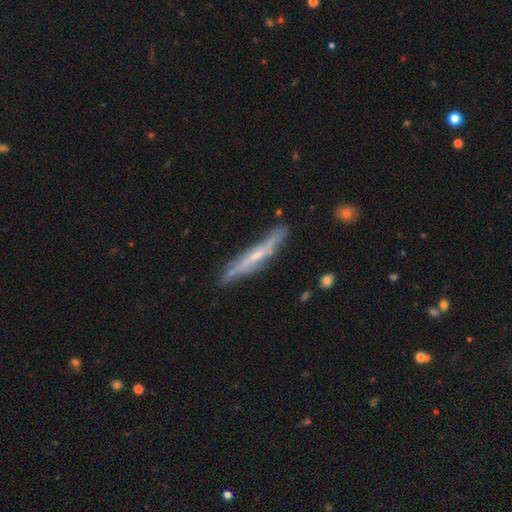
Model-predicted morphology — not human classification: Q: Smooth or featured?
A: featured or disk (68%); runner-up: smooth (25%)
Q: Edge-on disk?
A: yes (84%); runner-up: no (16%)
Q: Edge-on bulge?
A: rounded (55%); runner-up: none (39%)
Q: Merging?
A: none (74%); runner-up: minor disturbance (20%)